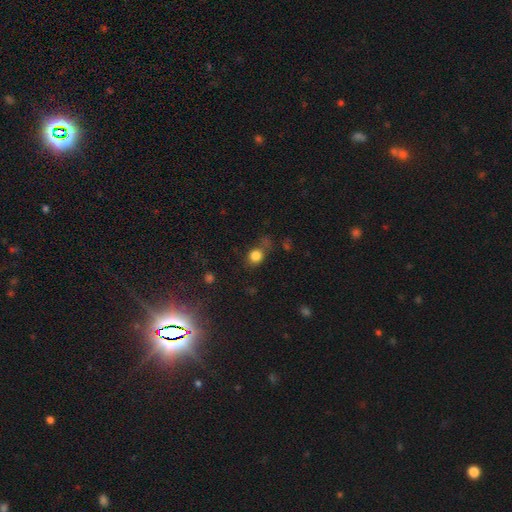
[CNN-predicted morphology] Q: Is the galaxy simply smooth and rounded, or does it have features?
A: smooth — 81%.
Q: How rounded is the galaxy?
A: round — 76%.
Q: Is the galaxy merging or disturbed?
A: none — 58%.